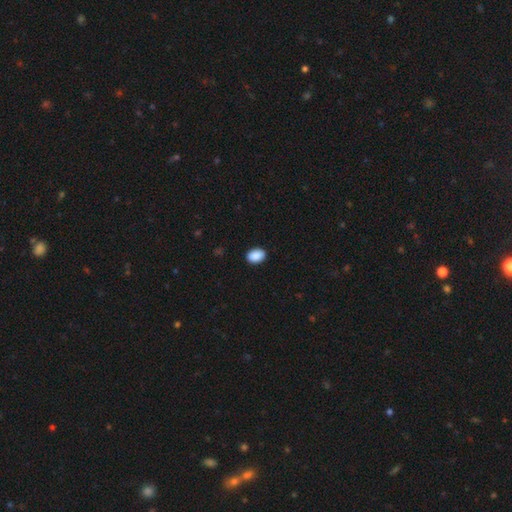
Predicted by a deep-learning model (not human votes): smooth-or-featured: smooth: 91% | star or artifact: 7% | featured or disk: 3%
  how-rounded: in between: 80% | round: 19% | cigar-shaped: 1%
  merging: none: 90% | minor disturbance: 8% | major disturbance: 2% | merger: 1%